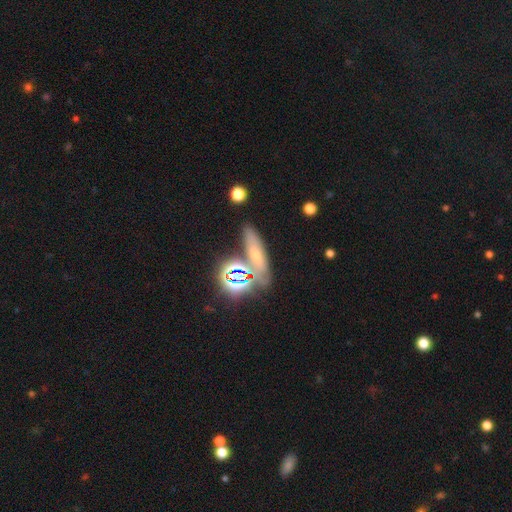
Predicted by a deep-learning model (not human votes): This appears to be a smooth galaxy with no disk features (44%). Merging: none (67%).